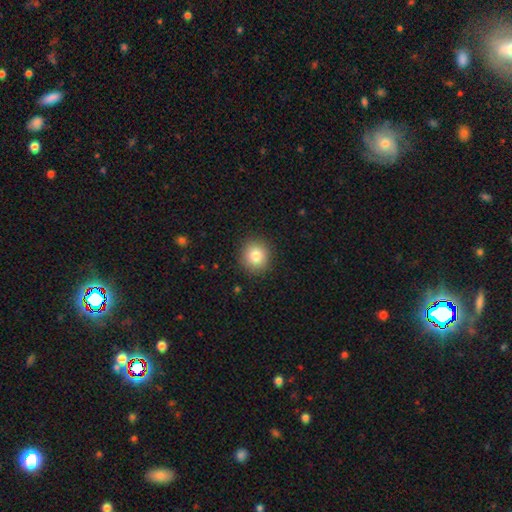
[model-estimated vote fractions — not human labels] Smooth or featured? smooth (84%)
How rounded? round (90%)
Merging? none (90%)